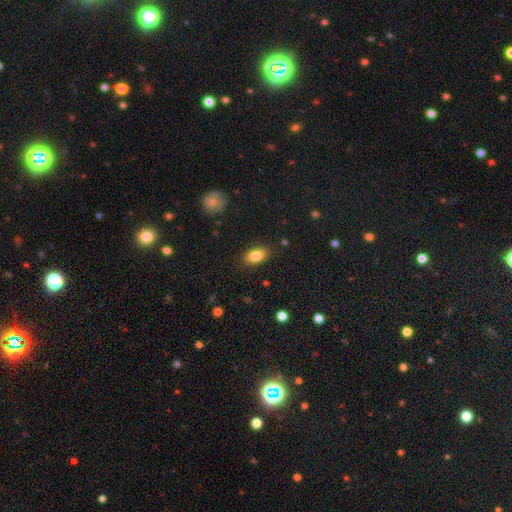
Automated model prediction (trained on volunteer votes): The model was most divided on "smooth or featured": smooth: 83%, featured or disk: 9%, star or artifact: 8%. More confident: how rounded — in between (89%); merging — none (86%).